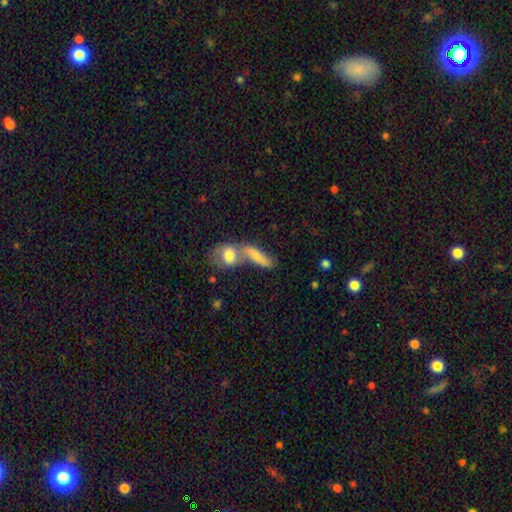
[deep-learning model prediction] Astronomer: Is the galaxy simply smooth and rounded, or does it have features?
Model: smooth — 66%.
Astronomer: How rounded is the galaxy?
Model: in between — 48% (runner-up: cigar-shaped, 43%).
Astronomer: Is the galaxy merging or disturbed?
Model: merger — 57%.